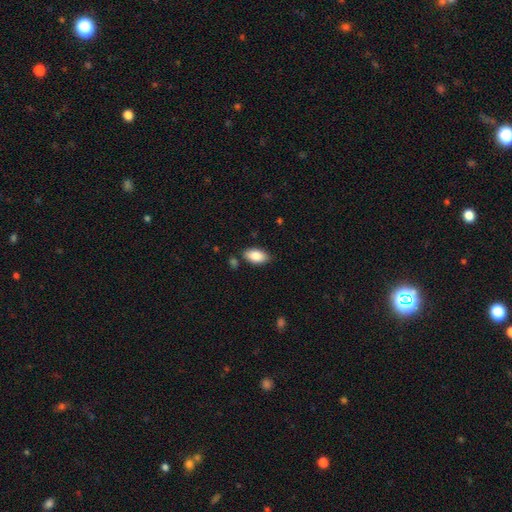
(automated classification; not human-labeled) smooth_or_featured: smooth (p=0.86) [alt: featured or disk p=0.07]
how_rounded: in between (p=0.94) [alt: round p=0.04]
merging: none (p=0.81) [alt: minor disturbance p=0.13]